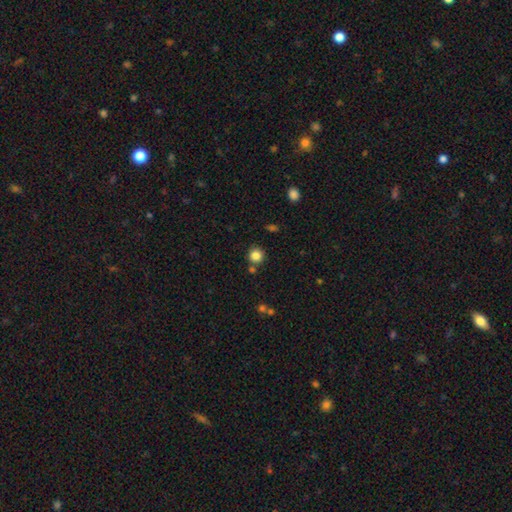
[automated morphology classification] This appears to be a smooth galaxy with no disk features (84%) that is round (92%). Merging: none (79%).